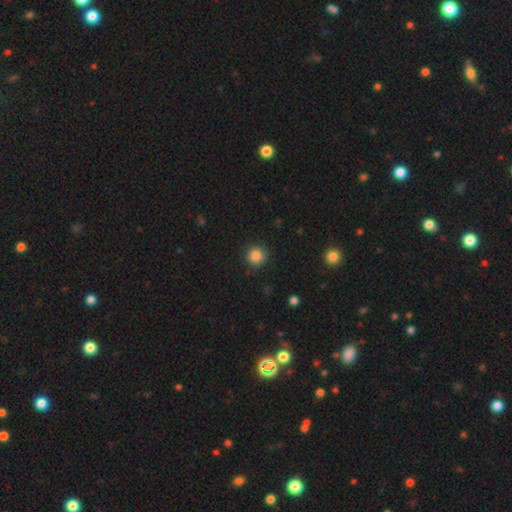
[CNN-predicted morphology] Smooth or featured? smooth (86%)
How rounded? round (94%)
Merging? none (89%)